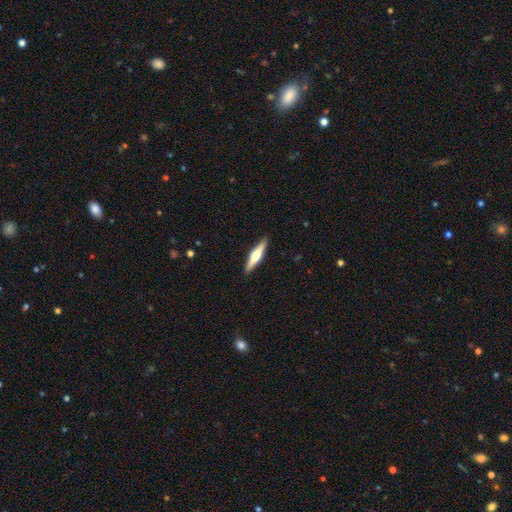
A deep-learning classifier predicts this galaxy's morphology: type=featured or disk (62%); edge-on=yes (97%); edge-on bulge=rounded (94%); merging=none (91%).